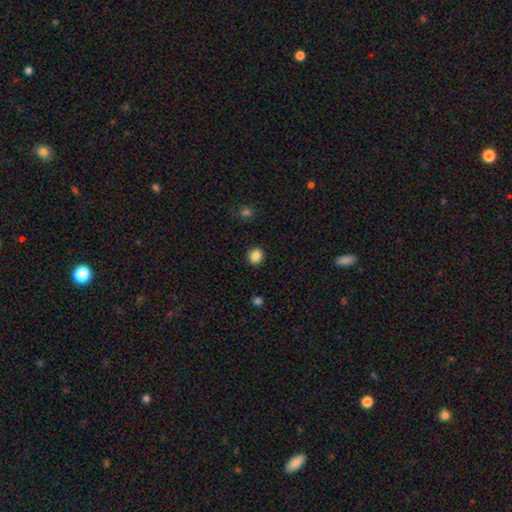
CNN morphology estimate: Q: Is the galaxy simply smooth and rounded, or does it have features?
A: smooth — 86%.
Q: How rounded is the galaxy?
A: round — 86%.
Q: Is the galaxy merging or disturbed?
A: none — 91%.